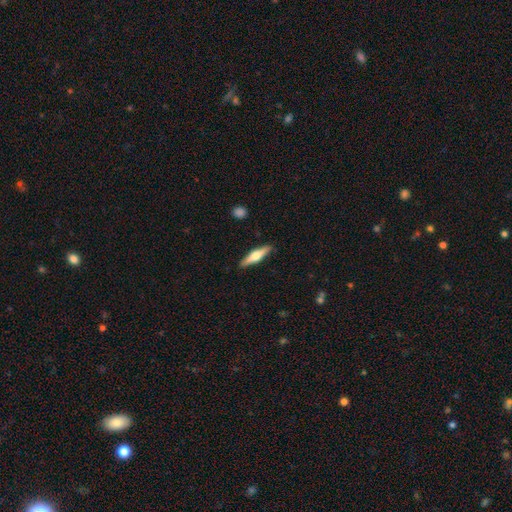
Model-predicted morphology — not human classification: A featured or disk galaxy (57%) viewed edge-on (96%) with a rounded central bulge (93%). Merging: none (89%).